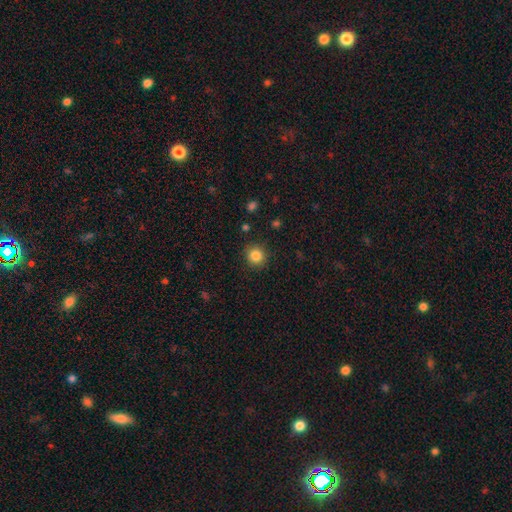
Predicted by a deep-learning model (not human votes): Smooth or featured?
  - smooth: 84% *
  - star or artifact: 11%
  - featured or disk: 5%
How rounded?
  - round: 91% *
  - in between: 8%
  - cigar-shaped: 1%
Merging?
  - none: 90% *
  - minor disturbance: 7%
  - major disturbance: 2%
  - merger: 1%